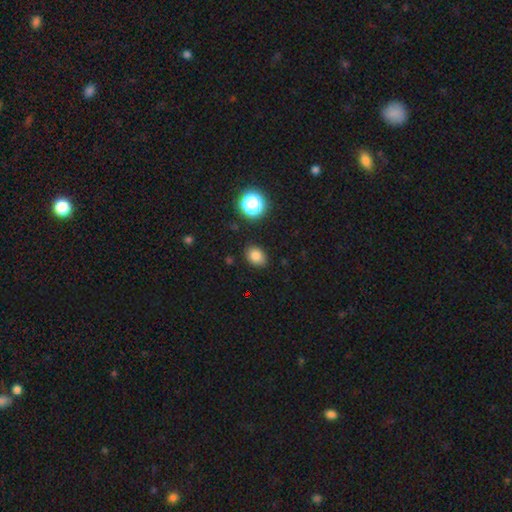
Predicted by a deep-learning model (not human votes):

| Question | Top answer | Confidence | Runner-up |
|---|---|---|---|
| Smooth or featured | smooth | 79% | star or artifact (14%) |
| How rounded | in between | 59% | round (40%) |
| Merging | none | 83% | minor disturbance (12%) |